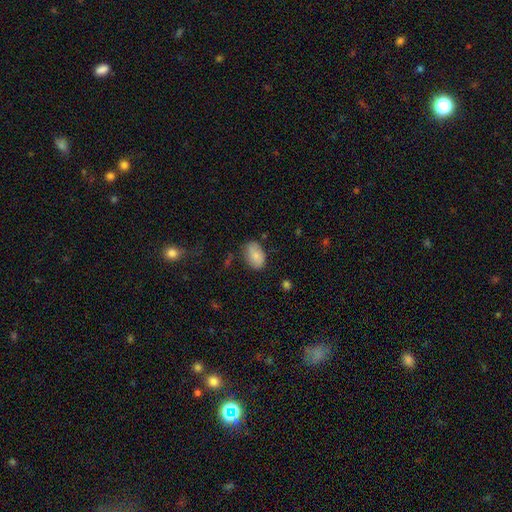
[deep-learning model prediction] Smooth or featured? Predicted: smooth (p=0.76). How rounded? Predicted: in between (p=0.89). Merging? Predicted: none (p=0.71).